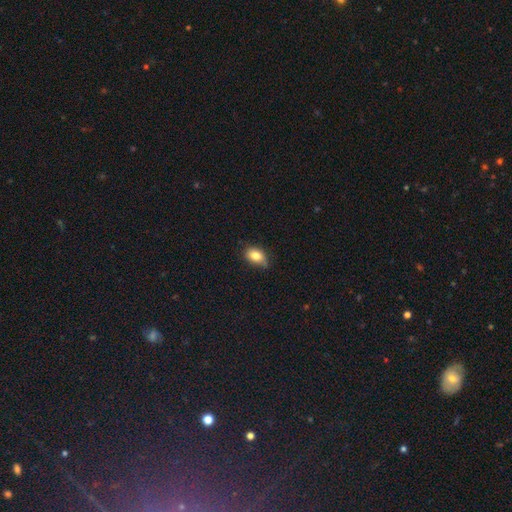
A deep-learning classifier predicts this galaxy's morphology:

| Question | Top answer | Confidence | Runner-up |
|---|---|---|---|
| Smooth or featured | smooth | 82% | featured or disk (9%) |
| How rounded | in between | 83% | round (15%) |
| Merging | none | 63% | minor disturbance (30%) |